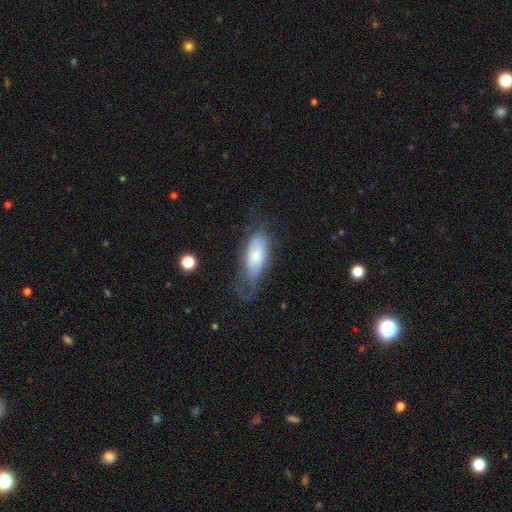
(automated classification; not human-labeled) smooth-or-featured: smooth: 52% | featured or disk: 41% | star or artifact: 7%
  how-rounded: in between: 80% | cigar-shaped: 17% | round: 3%
  merging: none: 40% | minor disturbance: 31% | major disturbance: 27% | merger: 2%